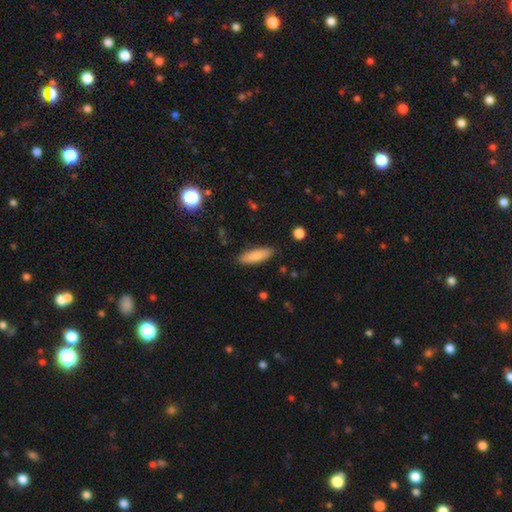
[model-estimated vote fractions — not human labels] A smooth galaxy with no disk features (82%) that is cigar-shaped (53%).

Vote fractions:
- Smooth or featured? smooth: 82% / featured or disk: 12% / star or artifact: 6%
- How rounded? cigar-shaped: 53% / in between: 46% / round: 2%
- Merging? none: 87% / minor disturbance: 9% / major disturbance: 2% / merger: 1%